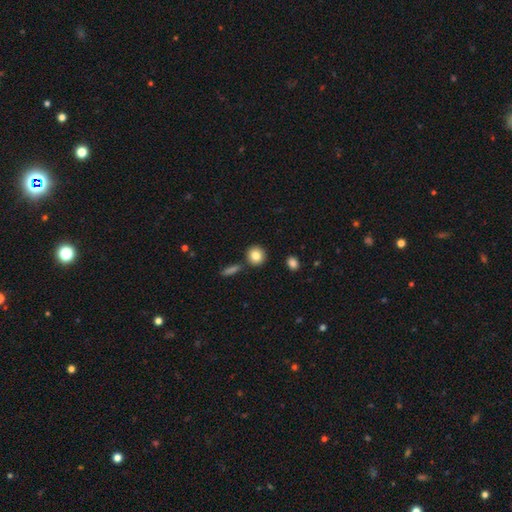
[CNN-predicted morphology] Smooth or featured?
  - smooth: 84% *
  - star or artifact: 8%
  - featured or disk: 8%
How rounded?
  - round: 88% *
  - in between: 10%
  - cigar-shaped: 1%
Merging?
  - none: 84% *
  - minor disturbance: 8%
  - merger: 6%
  - major disturbance: 2%